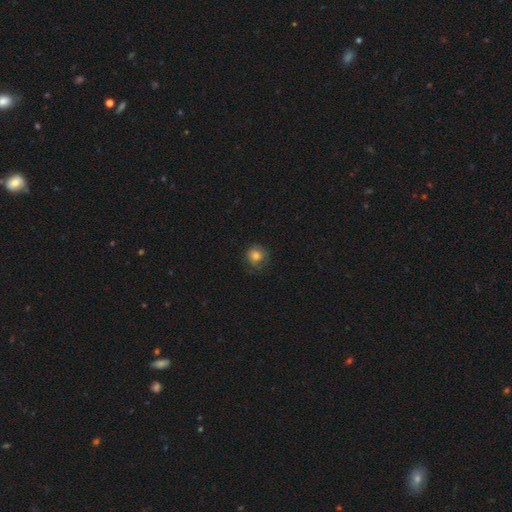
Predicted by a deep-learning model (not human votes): This is likely a smooth galaxy (78%). How rounded: clearly round (86%). Merging: likely none (69%).